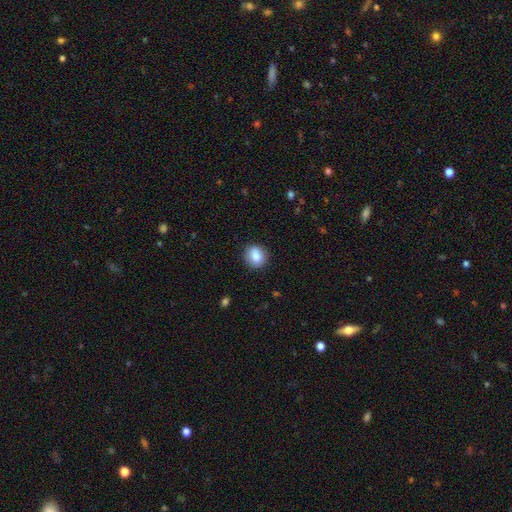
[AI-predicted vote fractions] The model was most divided on "how rounded": round: 70%, in between: 29%, cigar-shaped: 1%. More confident: merging — none (86%); smooth or featured — smooth (85%).